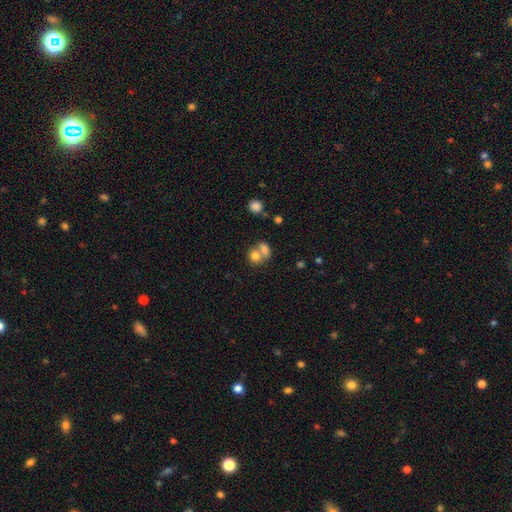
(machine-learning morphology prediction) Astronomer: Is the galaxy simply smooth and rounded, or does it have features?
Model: smooth — 77%.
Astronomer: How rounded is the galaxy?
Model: round — 56% (runner-up: in between, 43%).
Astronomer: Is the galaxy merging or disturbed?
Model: merger — 60%.